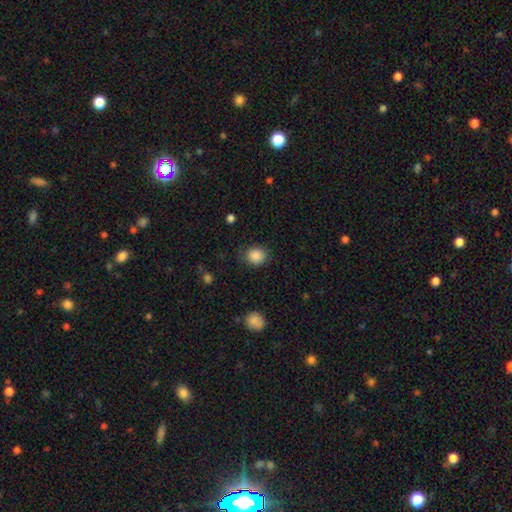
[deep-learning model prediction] Smooth or featured: smooth — 87% (star or artifact — 9%)
How rounded: round — 75% (in between — 24%)
Merging: none — 80% (minor disturbance — 14%)